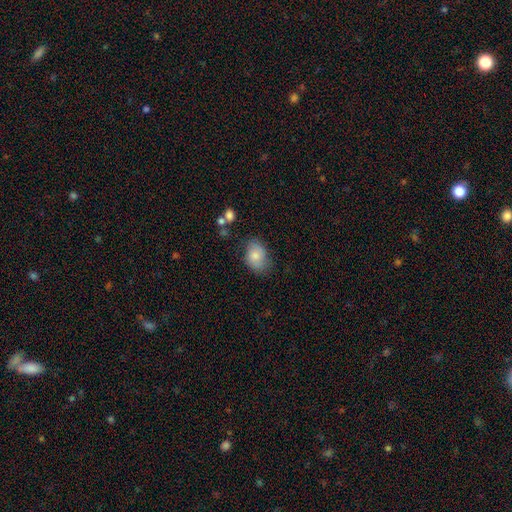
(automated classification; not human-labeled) Smooth or featured?
  - smooth: 78% *
  - featured or disk: 14%
  - star or artifact: 7%
How rounded?
  - in between: 77% *
  - round: 22%
  - cigar-shaped: 1%
Merging?
  - none: 66% *
  - minor disturbance: 25%
  - major disturbance: 7%
  - merger: 2%